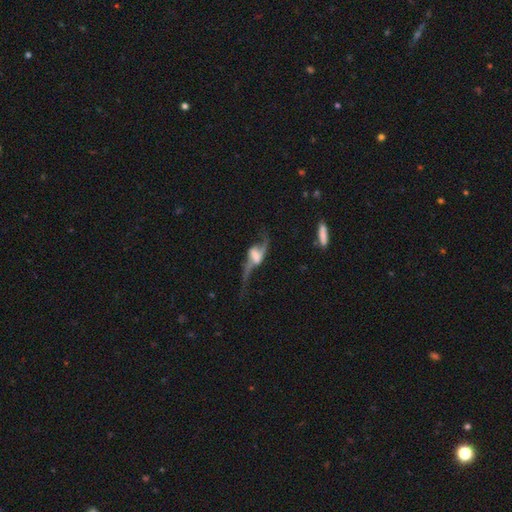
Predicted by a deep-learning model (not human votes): Smooth or featured? featured or disk (82%)
Edge-on disk? no (86%)
Bar? weak (37%)
Spiral arms? yes (89%)
Spiral winding? loose (88%)
Spiral arm count? 2 (89%)
Bulge size? none (31%)
Merging? none (42%)